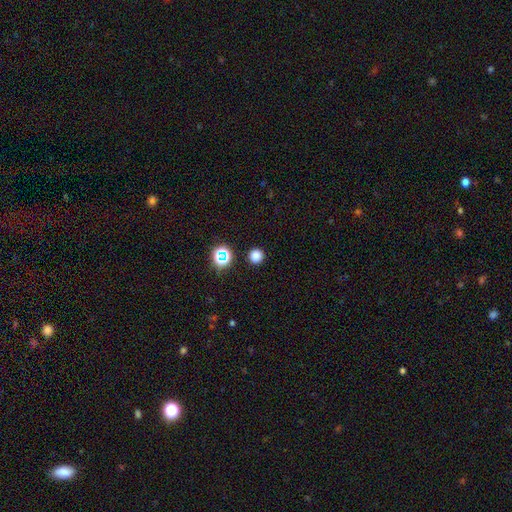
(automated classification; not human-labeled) Smooth or featured?
  - smooth: 79% *
  - star or artifact: 17%
  - featured or disk: 4%
How rounded?
  - round: 95% *
  - in between: 4%
  - cigar-shaped: 1%
Merging?
  - none: 91% *
  - minor disturbance: 5%
  - major disturbance: 2%
  - merger: 2%